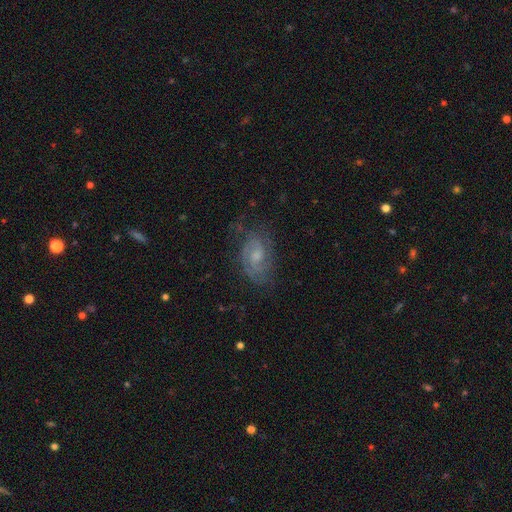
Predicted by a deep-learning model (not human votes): Smooth or featured: featured or disk — 73% (smooth — 18%)
Edge-on disk: no — 96% (yes — 4%)
Bar: no — 47% (weak — 45%)
Spiral arms: yes — 90% (no — 10%)
Spiral winding: medium — 46% (tight — 39%)
Spiral arm count: 2 — 69% (can't tell — 19%)
Bulge size: moderate — 44% (small — 38%)
Merging: none — 69% (minor disturbance — 20%)